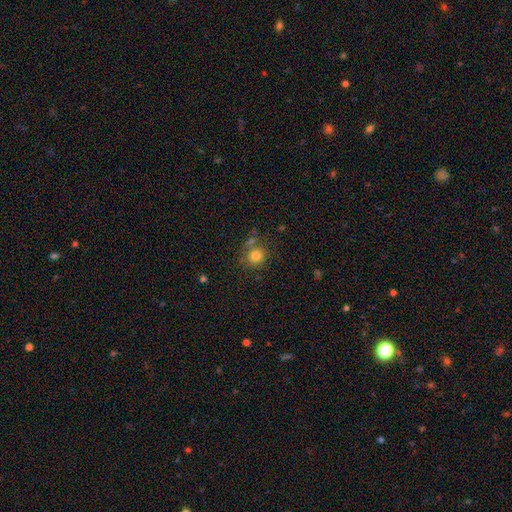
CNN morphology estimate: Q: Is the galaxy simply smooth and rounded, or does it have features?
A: smooth — 80%.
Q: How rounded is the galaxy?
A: round — 87%.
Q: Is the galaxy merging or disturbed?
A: none — 68%.